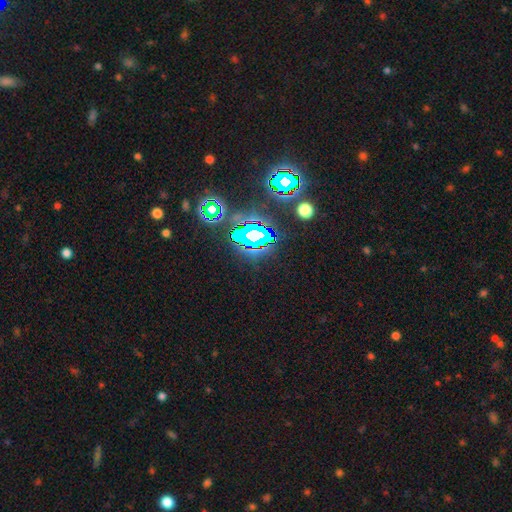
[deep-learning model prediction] Smooth or featured? Predicted: star or artifact (p=0.81).